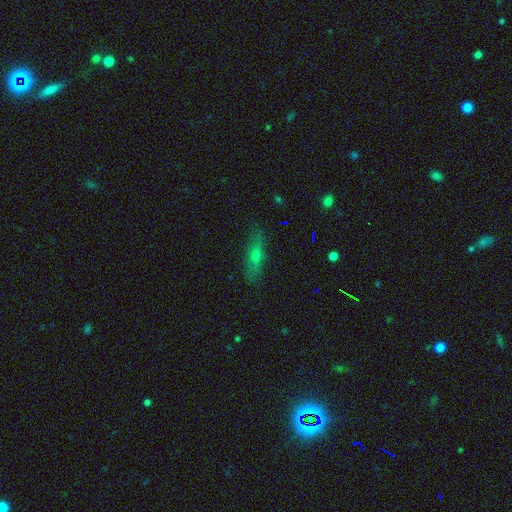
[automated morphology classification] This is possibly a smooth galaxy (49%). Merging: clearly none (84%).